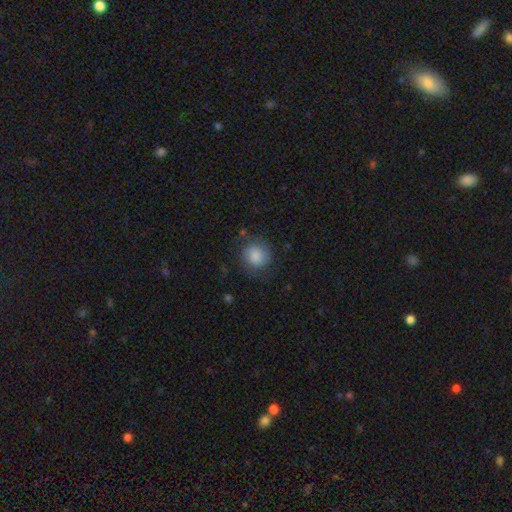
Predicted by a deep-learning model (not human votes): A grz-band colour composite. It shows a smooth galaxy with no disk features (83%) that is round (88%). Merging: none (78%).